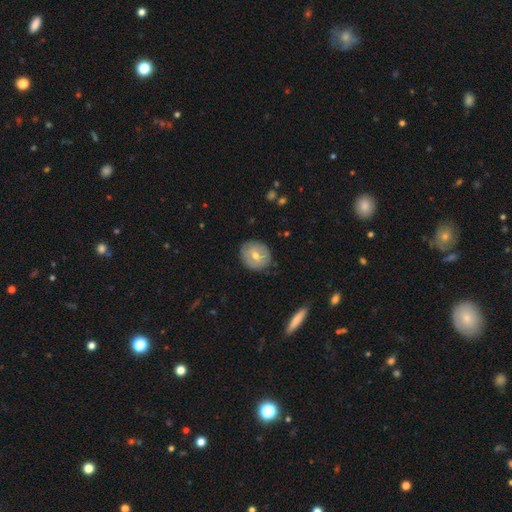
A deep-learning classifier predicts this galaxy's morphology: smooth-or-featured: smooth: 53% | featured or disk: 39% | star or artifact: 7%
  how-rounded: round: 79% | in between: 20% | cigar-shaped: 1%
  merging: none: 85% | minor disturbance: 11% | major disturbance: 3% | merger: 1%